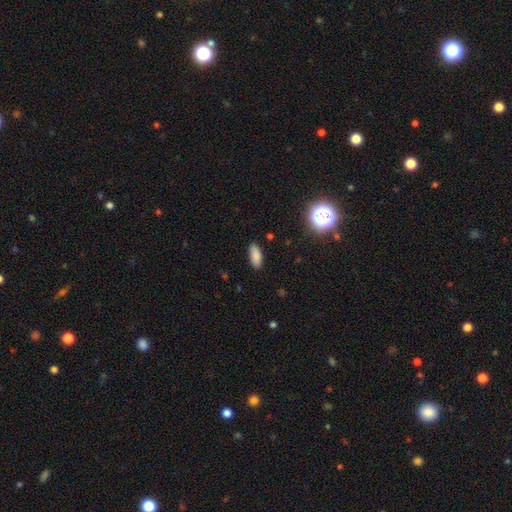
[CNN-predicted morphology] smooth-or-featured: smooth: 85% | star or artifact: 10% | featured or disk: 5%
  how-rounded: in between: 81% | cigar-shaped: 17% | round: 3%
  merging: none: 86% | minor disturbance: 10% | major disturbance: 2% | merger: 1%